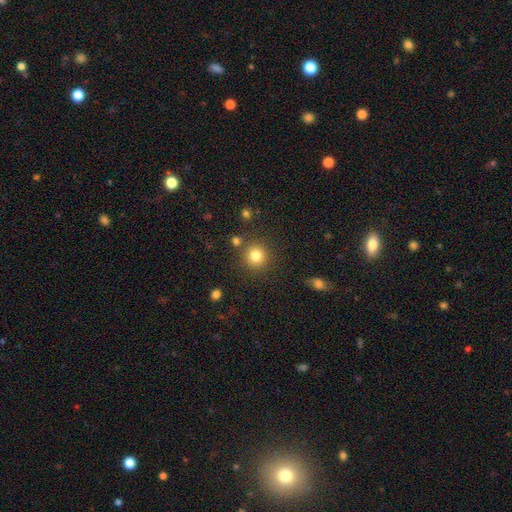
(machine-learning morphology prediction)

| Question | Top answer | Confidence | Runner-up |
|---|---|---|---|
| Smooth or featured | smooth | 81% | star or artifact (12%) |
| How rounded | round | 93% | in between (6%) |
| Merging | none | 85% | minor disturbance (7%) |